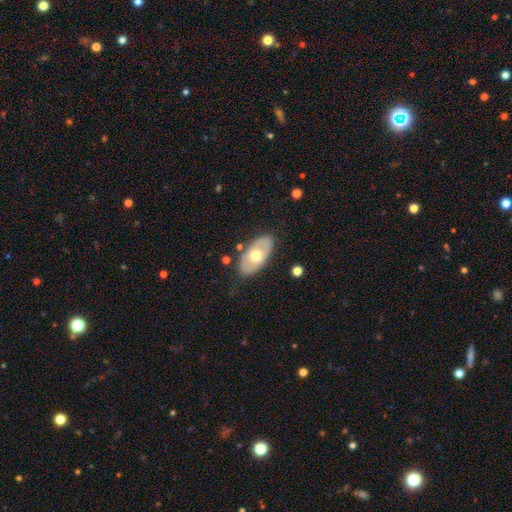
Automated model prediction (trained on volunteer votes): Overall: smooth (52%; featured or disk 42%). How rounded: in between (92%). Merging: none (81%).